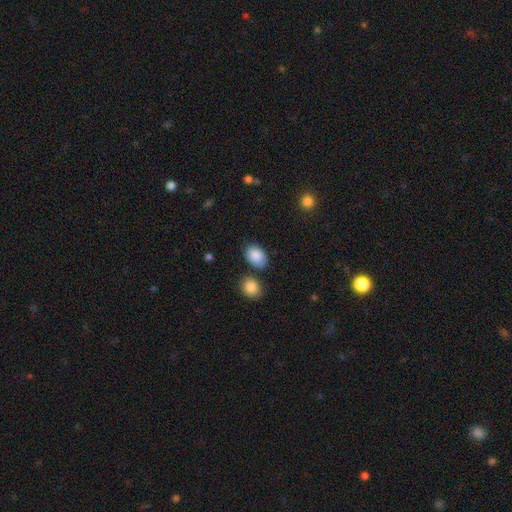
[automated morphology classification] Smooth or featured? smooth (87%)
How rounded? in between (83%)
Merging? none (72%)